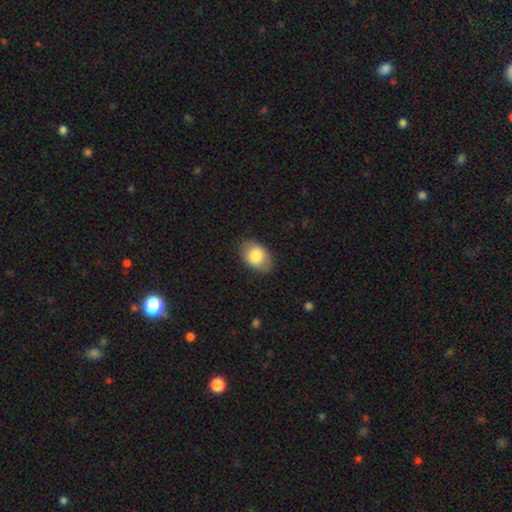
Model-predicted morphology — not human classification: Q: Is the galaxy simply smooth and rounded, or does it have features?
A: smooth — 82%.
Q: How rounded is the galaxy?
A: in between — 87%.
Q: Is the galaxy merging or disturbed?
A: none — 83%.